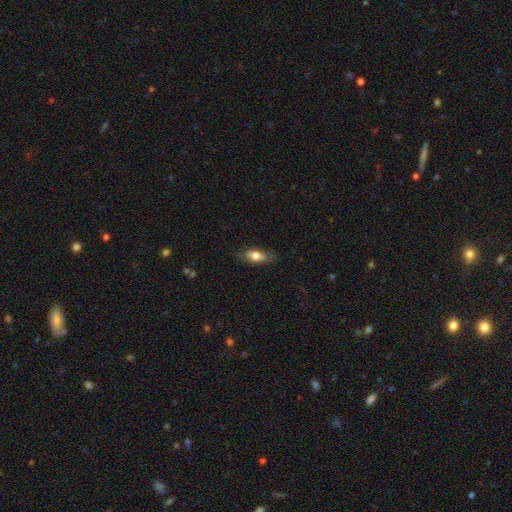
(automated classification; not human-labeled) A smooth galaxy with no disk features (69%) that is in between round and cigar-shaped (77%). Merging: none (79%).